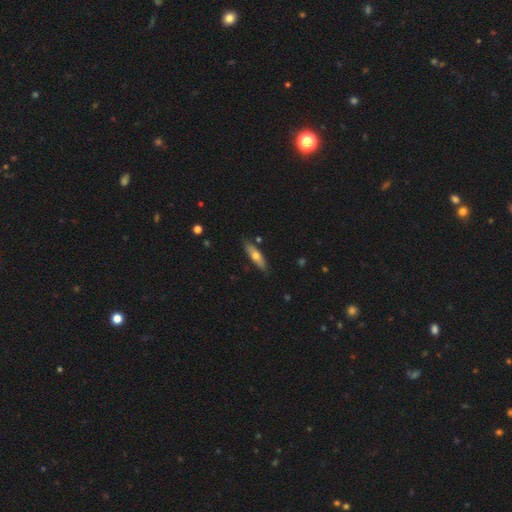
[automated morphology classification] A smooth galaxy with no disk features (57%) that is cigar-shaped (66%). Merging: none (85%).